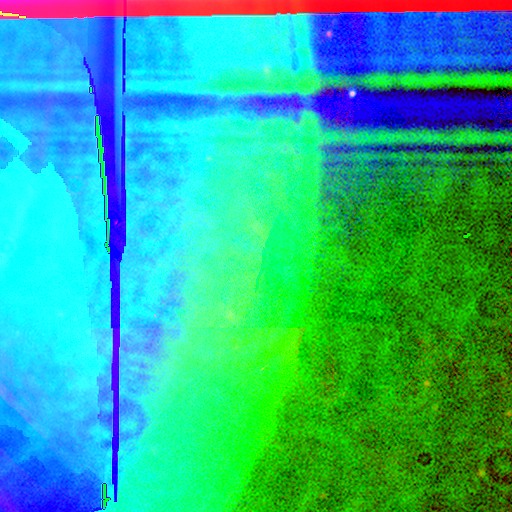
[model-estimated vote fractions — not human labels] Smooth or featured: star or artifact — 80% (featured or disk — 12%)